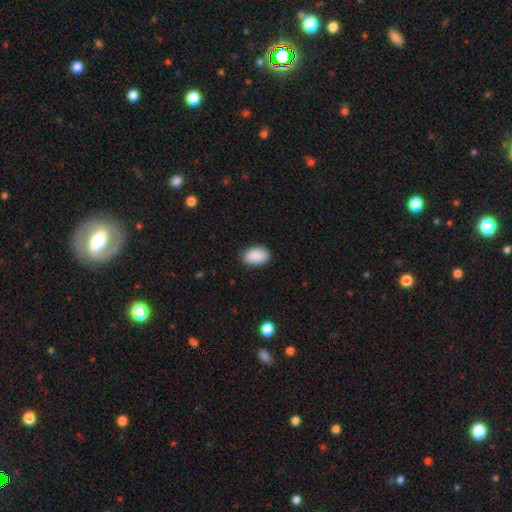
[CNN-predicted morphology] This appears to be a smooth galaxy with no disk features (90%) that is in between round and cigar-shaped (87%). Merging: none (82%).